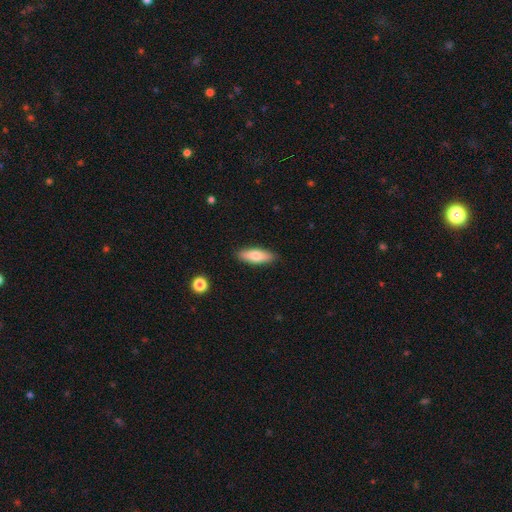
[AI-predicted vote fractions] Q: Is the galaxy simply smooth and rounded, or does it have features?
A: smooth — 76%.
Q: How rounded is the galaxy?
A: in between — 63%.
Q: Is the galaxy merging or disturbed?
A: none — 88%.